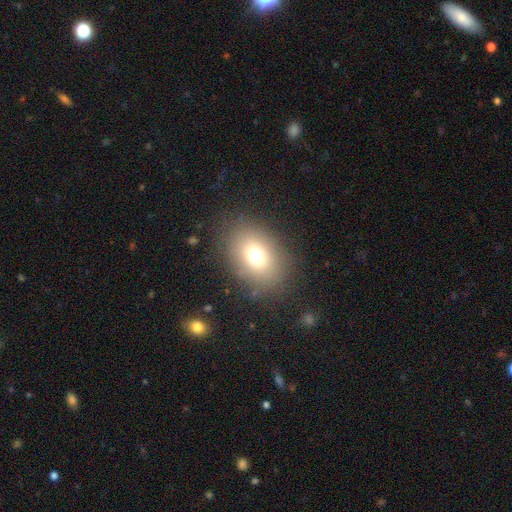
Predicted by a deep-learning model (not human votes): This appears to be a smooth galaxy with no disk features (70%) that is in between round and cigar-shaped (64%). Merging: none (82%).